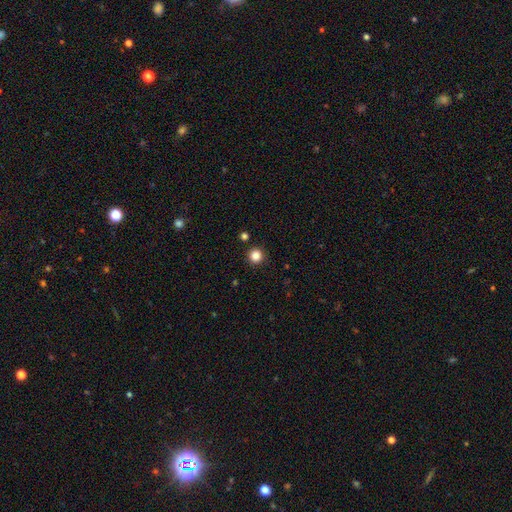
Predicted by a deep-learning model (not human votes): Morphology: type=smooth (85%); roundness=round (96%); merging=none (91%).